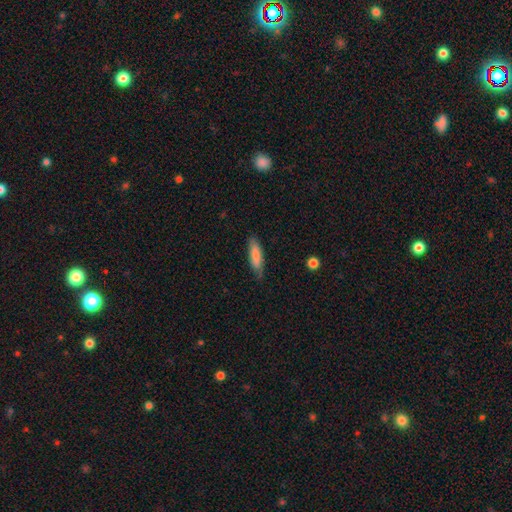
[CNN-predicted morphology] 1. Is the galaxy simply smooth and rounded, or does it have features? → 79% smooth, 15% featured or disk, 6% star or artifact.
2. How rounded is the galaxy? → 63% cigar-shaped, 35% in between, 1% round.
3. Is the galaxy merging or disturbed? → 74% none, 21% minor disturbance, 4% major disturbance, 1% merger.